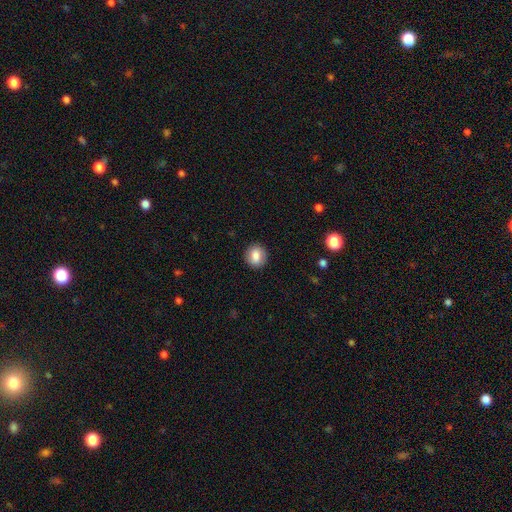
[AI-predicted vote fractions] Smooth or featured?
  - smooth: 81% *
  - featured or disk: 10%
  - star or artifact: 8%
How rounded?
  - round: 80% *
  - in between: 19%
  - cigar-shaped: 1%
Merging?
  - none: 89% *
  - minor disturbance: 7%
  - major disturbance: 2%
  - merger: 1%